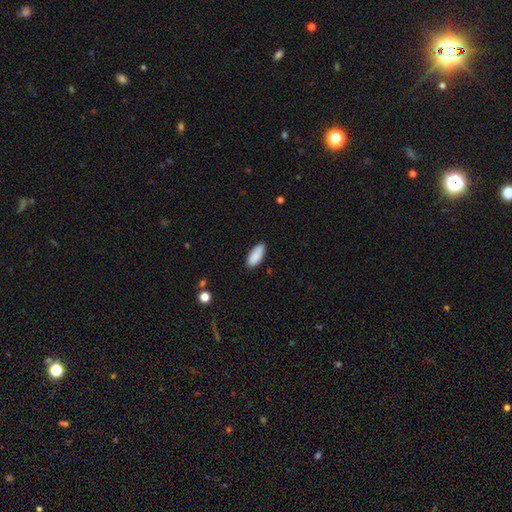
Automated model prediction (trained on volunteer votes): Overall: smooth (90%). How rounded: in between (80%). Merging: none (88%).